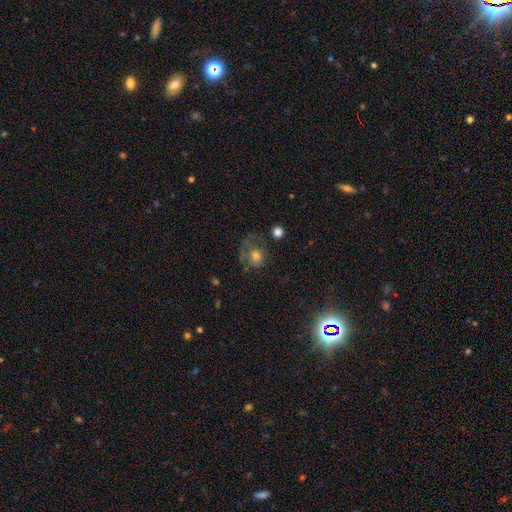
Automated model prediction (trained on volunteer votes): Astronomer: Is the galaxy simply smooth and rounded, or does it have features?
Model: smooth — 58%.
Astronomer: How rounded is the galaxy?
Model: round — 58% (runner-up: in between, 41%).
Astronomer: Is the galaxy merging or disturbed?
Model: major disturbance — 37% (runner-up: none, 36%).